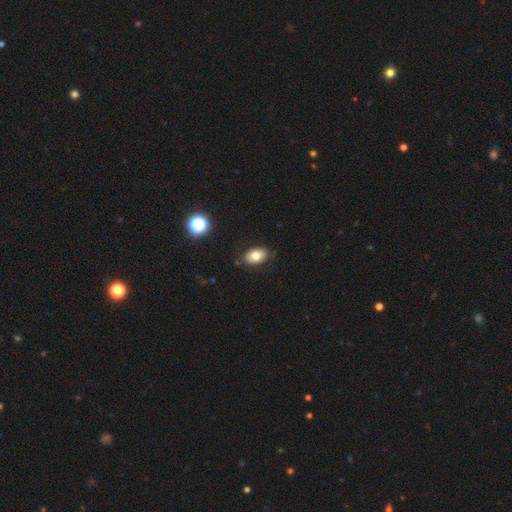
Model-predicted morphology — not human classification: A smooth galaxy with no disk features (78%) that is in between round and cigar-shaped (88%).

Vote fractions:
- Smooth or featured? smooth: 78% / featured or disk: 13% / star or artifact: 9%
- How rounded? in between: 88% / round: 11% / cigar-shaped: 1%
- Merging? none: 83% / minor disturbance: 12% / major disturbance: 3% / merger: 2%